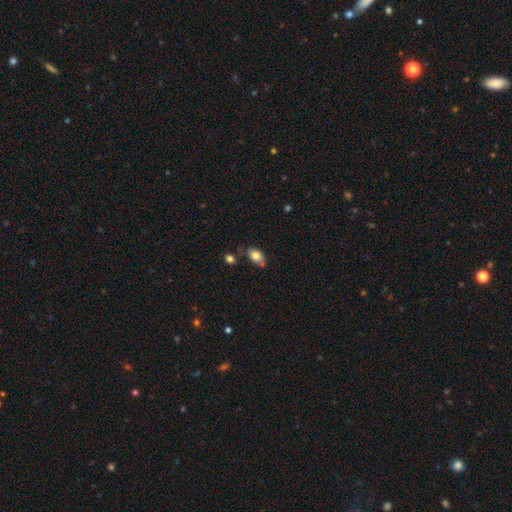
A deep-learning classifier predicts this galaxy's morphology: Smooth or featured: smooth — 77% (featured or disk — 15%)
How rounded: in between — 84% (round — 13%)
Merging: none — 60% (minor disturbance — 21%)